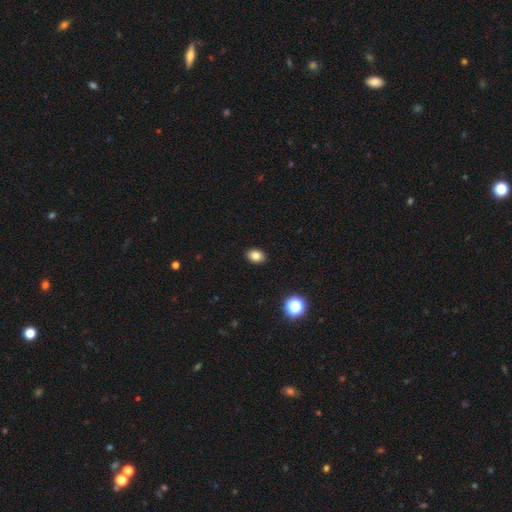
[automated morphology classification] A smooth galaxy with no disk features (82%) that is in between round and cigar-shaped (72%).

Vote fractions:
- Smooth or featured? smooth: 82% / star or artifact: 11% / featured or disk: 6%
- How rounded? in between: 72% / round: 27% / cigar-shaped: 1%
- Merging? none: 91% / minor disturbance: 6% / major disturbance: 2% / merger: 1%